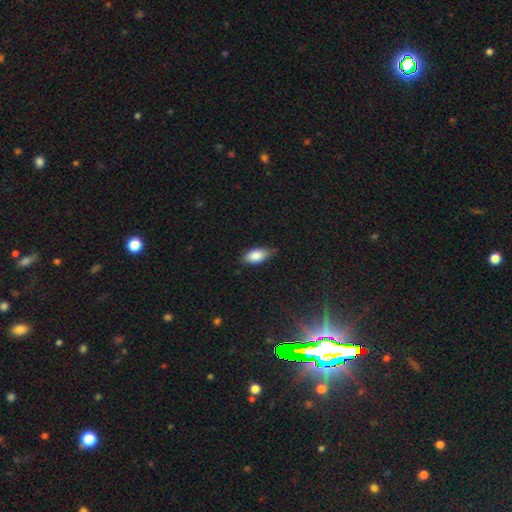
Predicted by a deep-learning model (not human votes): Overall: smooth (85%). How rounded: in between (91%). Merging: none (72%).